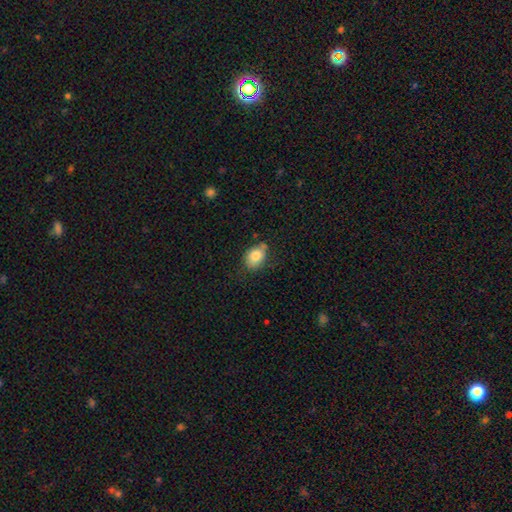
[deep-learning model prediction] A smooth galaxy with no disk features (82%) that is in between round and cigar-shaped (76%). Merging: none (67%).